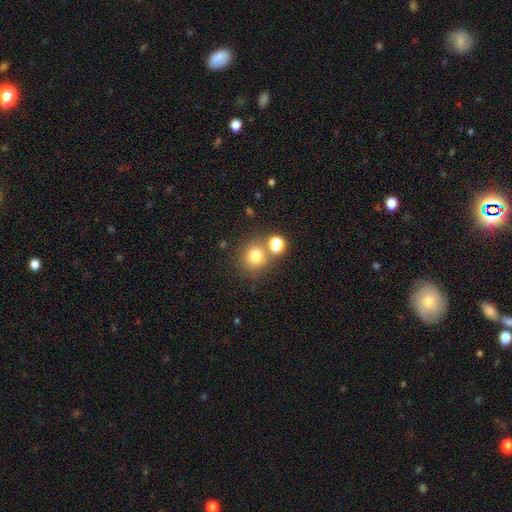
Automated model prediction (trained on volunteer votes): Q: Smooth or featured?
A: smooth (75%); runner-up: star or artifact (16%)
Q: How rounded?
A: round (85%); runner-up: in between (14%)
Q: Merging?
A: none (68%); runner-up: merger (18%)